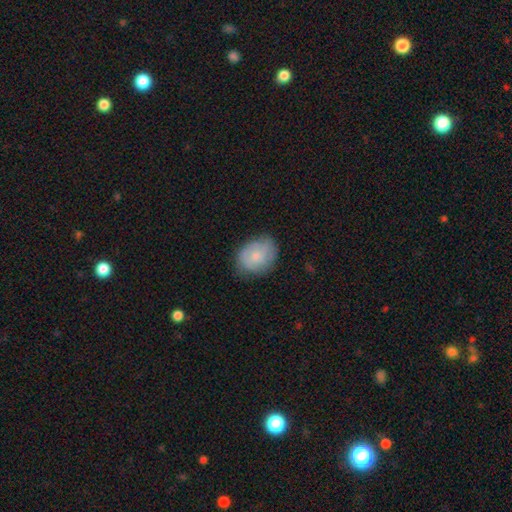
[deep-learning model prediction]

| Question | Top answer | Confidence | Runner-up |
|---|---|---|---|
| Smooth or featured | smooth | 61% | featured or disk (32%) |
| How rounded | in between | 51% | round (48%) |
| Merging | none | 72% | minor disturbance (22%) |